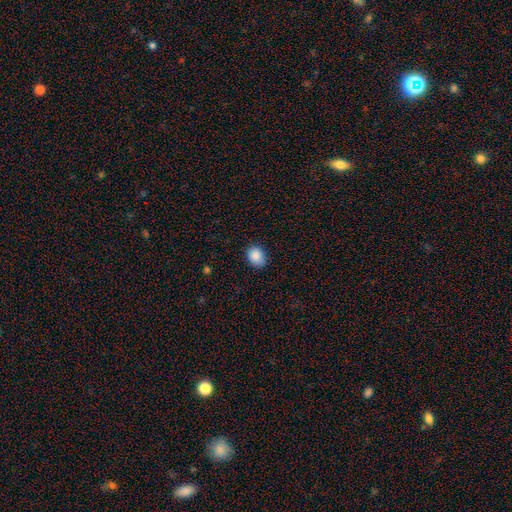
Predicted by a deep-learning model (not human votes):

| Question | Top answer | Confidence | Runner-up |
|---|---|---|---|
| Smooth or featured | smooth | 88% | star or artifact (8%) |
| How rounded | in between | 61% | round (38%) |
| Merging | none | 87% | minor disturbance (10%) |